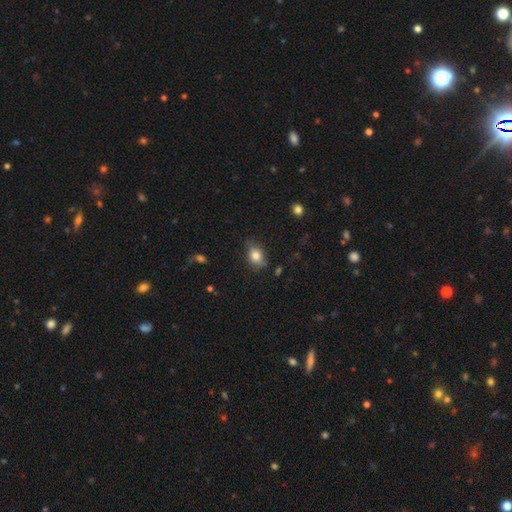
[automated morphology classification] A smooth galaxy with no disk features (80%) that is in between round and cigar-shaped (67%). Merging: none (71%).